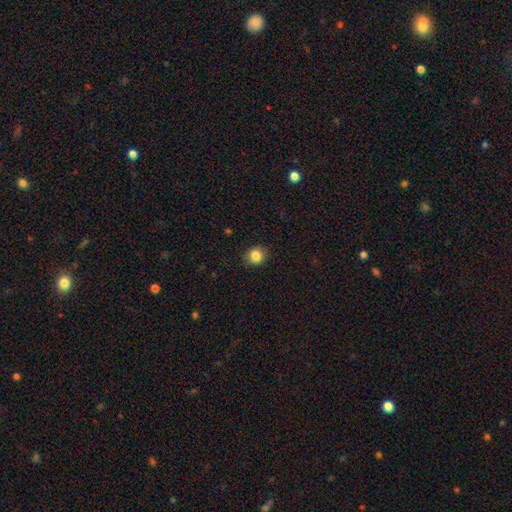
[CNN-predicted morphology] Smooth or featured: smooth — 85% (star or artifact — 10%)
How rounded: round — 84% (in between — 15%)
Merging: none — 90% (minor disturbance — 7%)